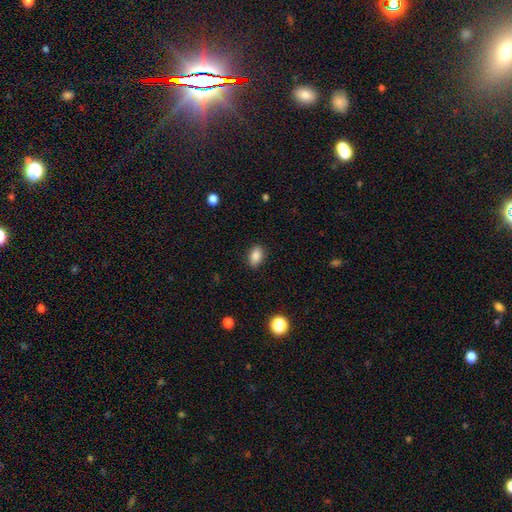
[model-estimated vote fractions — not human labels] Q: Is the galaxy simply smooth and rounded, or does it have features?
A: smooth — 86%.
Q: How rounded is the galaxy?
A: in between — 86%.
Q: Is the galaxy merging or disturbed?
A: none — 88%.